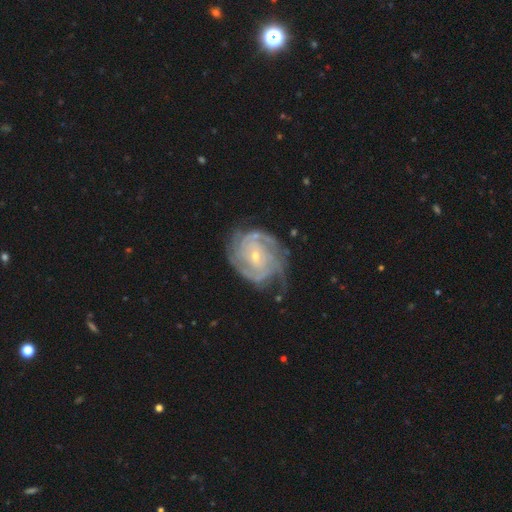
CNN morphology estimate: The model was most divided on "spiral arm count": can't tell: 26%, 3: 21%, 4: 20%, 2: 17%, more than 4: 9%, 1: 7%. More confident: edge-on disk — no (97%); spiral arms — yes (97%); smooth or featured — featured or disk (89%); spiral winding — tight (72%); bulge size — small (72%); merging — none (68%); bar — no (58%).